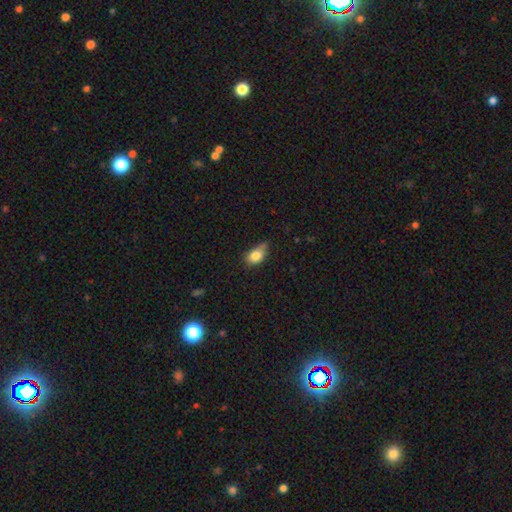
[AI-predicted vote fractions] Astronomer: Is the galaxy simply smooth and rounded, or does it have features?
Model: smooth — 82%.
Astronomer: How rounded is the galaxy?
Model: in between — 80%.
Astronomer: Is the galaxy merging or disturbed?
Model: none — 48% (runner-up: minor disturbance, 39%).